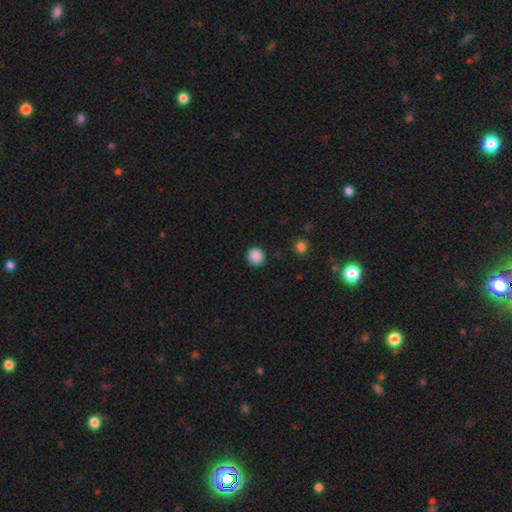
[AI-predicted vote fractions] Smooth or featured?
  - smooth: 88% *
  - star or artifact: 10%
  - featured or disk: 2%
How rounded?
  - round: 93% *
  - in between: 6%
  - cigar-shaped: 1%
Merging?
  - none: 91% *
  - minor disturbance: 6%
  - major disturbance: 2%
  - merger: 1%